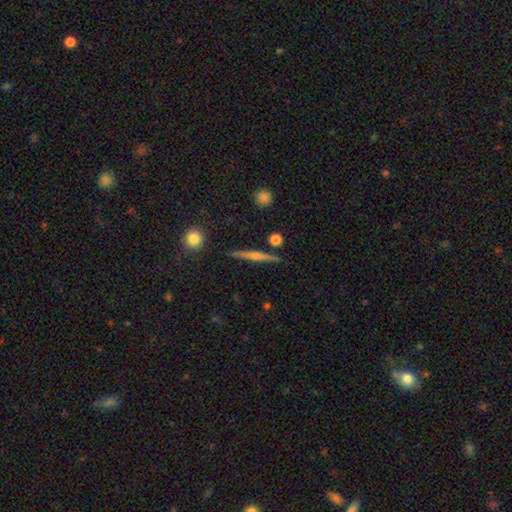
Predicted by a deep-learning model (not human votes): smooth-or-featured: featured or disk: 60% | smooth: 32% | star or artifact: 8%
  disk-edge-on: yes: 97% | no: 3%
    edge-on-bulge: rounded: 57% | none: 32% | boxy: 11%
  merging: none: 89% | minor disturbance: 7% | merger: 2% | major disturbance: 2%